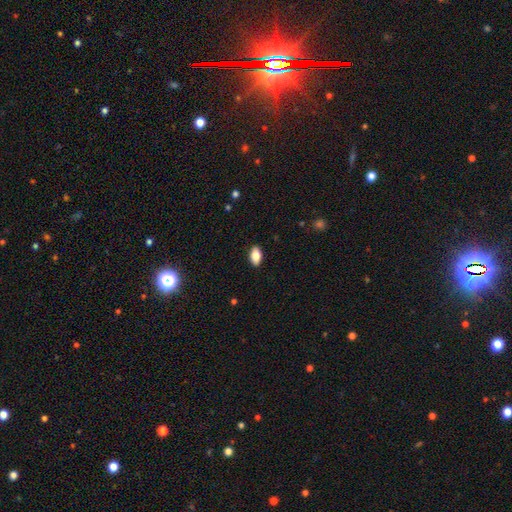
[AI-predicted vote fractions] A smooth galaxy with no disk features (83%) that is in between round and cigar-shaped (92%).

Vote fractions:
- Smooth or featured? smooth: 83% / featured or disk: 10% / star or artifact: 7%
- How rounded? in between: 92% / round: 4% / cigar-shaped: 4%
- Merging? none: 89% / minor disturbance: 8% / major disturbance: 2% / merger: 1%